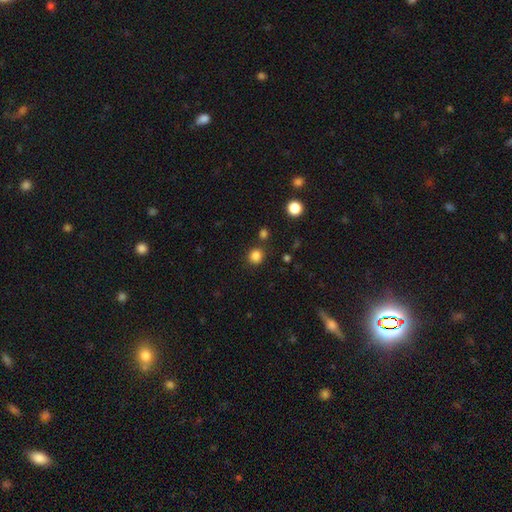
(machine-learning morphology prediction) smooth 84%, star or artifact 13%, featured or disk 4%. Down the decision tree: how rounded — round (87%); merging — none (84%).